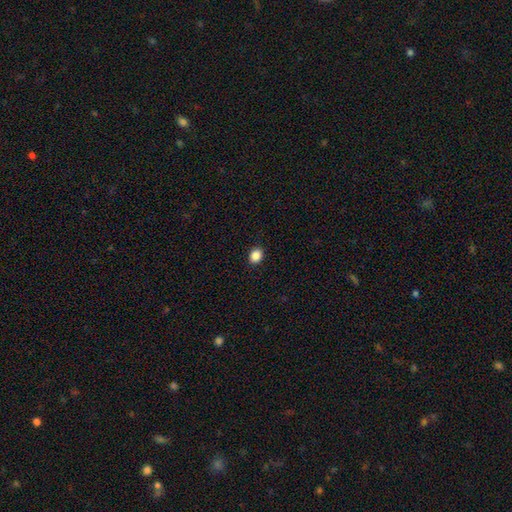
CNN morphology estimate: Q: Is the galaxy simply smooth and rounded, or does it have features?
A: smooth — 87%.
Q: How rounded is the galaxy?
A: in between — 53%.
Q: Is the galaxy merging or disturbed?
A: none — 91%.